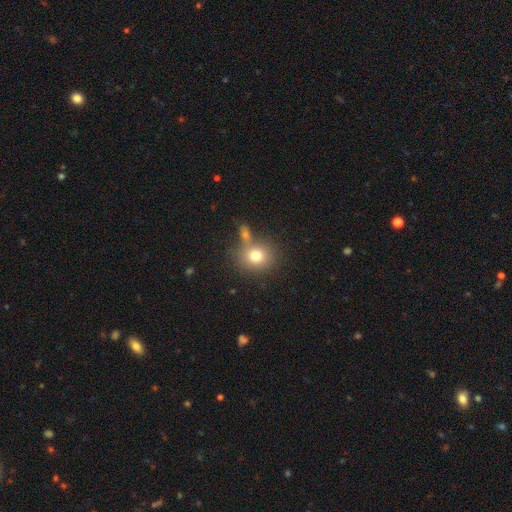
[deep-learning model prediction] smooth 75%, featured or disk 13%, star or artifact 12%. Down the decision tree: how rounded — round (78%); merging — none (60%).